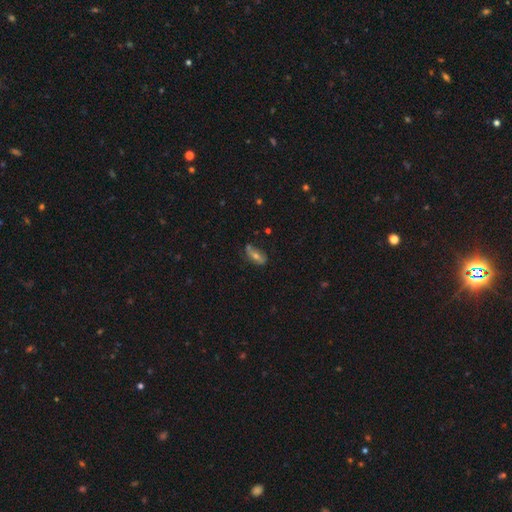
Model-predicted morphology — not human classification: Overall: smooth (43%; featured or disk 42%). Merging: none (66%).